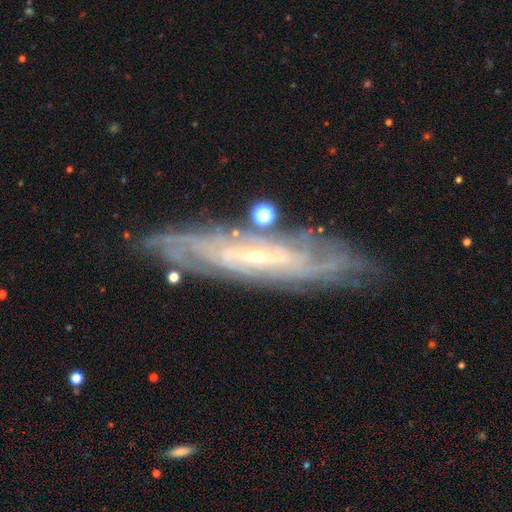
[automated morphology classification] type=featured or disk (84%); edge-on=no (70%); bar=no (52%); spiral arms=yes (91%); winding=tight (71%); arm count=can't tell (53%); bulge=small (84%); merging=none (79%).